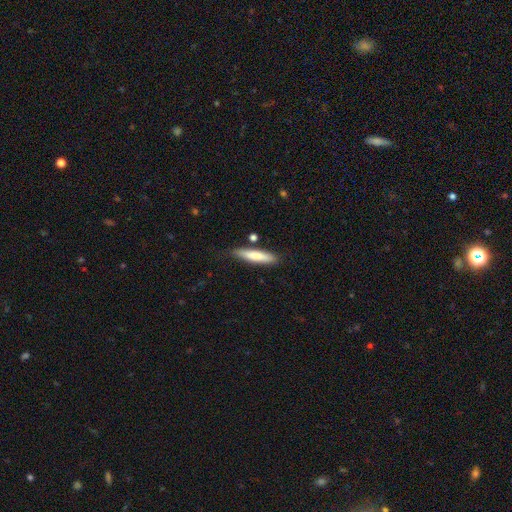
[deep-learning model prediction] Smooth or featured? smooth (77%)
How rounded? cigar-shaped (84%)
Merging? none (78%)